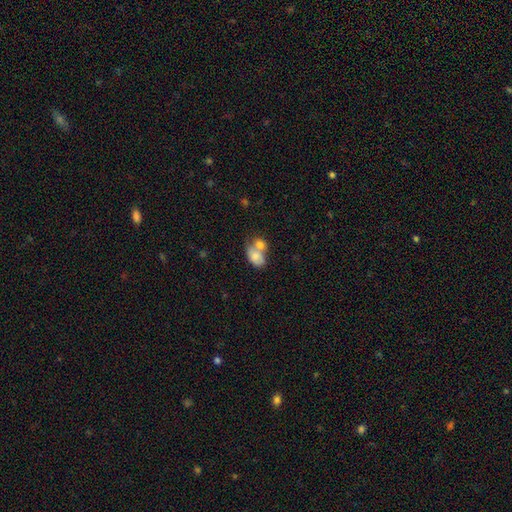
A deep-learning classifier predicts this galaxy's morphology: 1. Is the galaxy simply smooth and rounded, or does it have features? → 73% smooth, 20% featured or disk, 7% star or artifact.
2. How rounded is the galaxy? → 80% in between, 18% round, 1% cigar-shaped.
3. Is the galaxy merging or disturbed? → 65% merger, 20% none, 10% minor disturbance, 5% major disturbance.